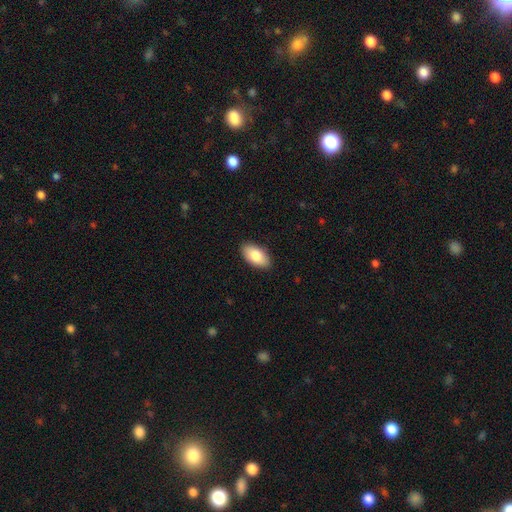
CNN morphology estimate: Smooth or featured: smooth — 84% (featured or disk — 10%)
How rounded: in between — 94% (cigar-shaped — 3%)
Merging: none — 88% (minor disturbance — 9%)